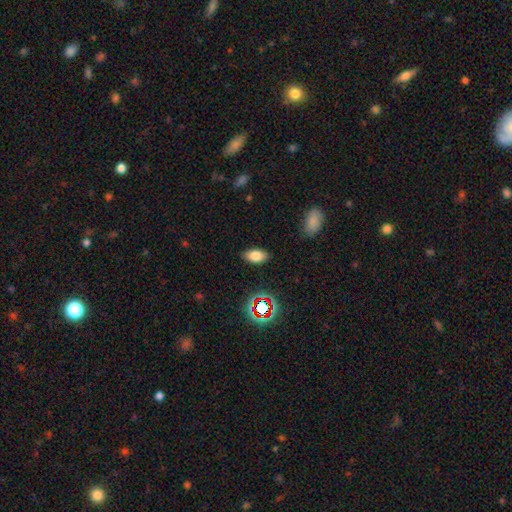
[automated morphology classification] A smooth galaxy with no disk features (77%) that is in between round and cigar-shaped (92%).

Vote fractions:
- Smooth or featured? smooth: 77% / star or artifact: 13% / featured or disk: 10%
- How rounded? in between: 92% / round: 5% / cigar-shaped: 3%
- Merging? none: 86% / minor disturbance: 10% / major disturbance: 3% / merger: 1%